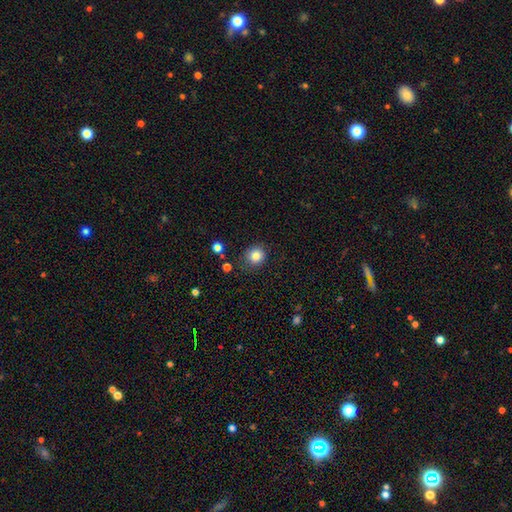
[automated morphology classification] The model was most divided on "merging": none: 80%, minor disturbance: 14%, major disturbance: 4%, merger: 3%. More confident: how rounded — round (85%); smooth or featured — smooth (84%).